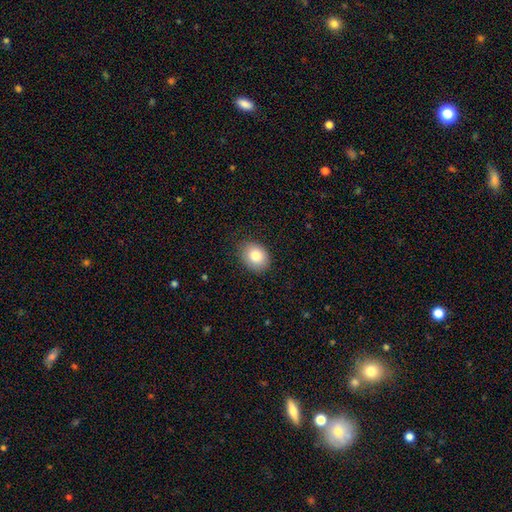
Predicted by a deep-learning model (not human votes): Smooth or featured? Predicted: smooth (p=0.82). How rounded? Predicted: in between (p=0.58). Merging? Predicted: none (p=0.85).